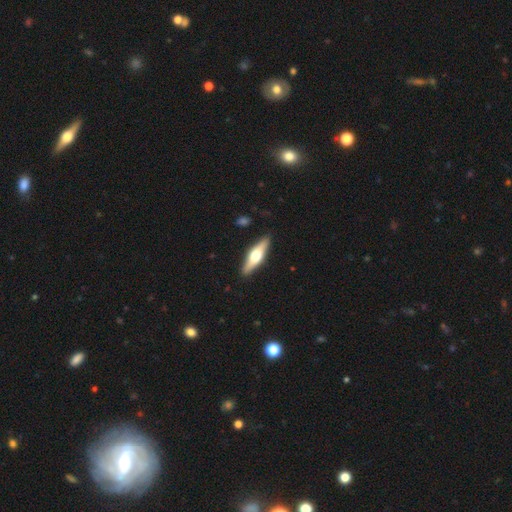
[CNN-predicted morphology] Smooth or featured: featured or disk — 58% (smooth — 37%)
Edge-on disk: yes — 93% (no — 7%)
Edge-on bulge: rounded — 94% (boxy — 4%)
Merging: none — 89% (minor disturbance — 8%)